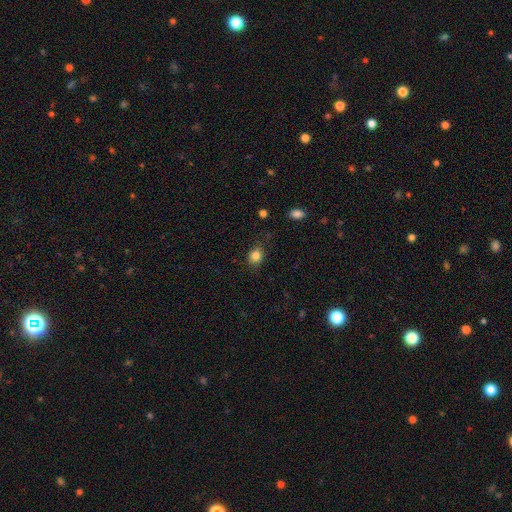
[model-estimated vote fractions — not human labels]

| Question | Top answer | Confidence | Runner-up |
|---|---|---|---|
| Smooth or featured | smooth | 84% | star or artifact (10%) |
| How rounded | round | 56% | in between (43%) |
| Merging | none | 79% | minor disturbance (16%) |